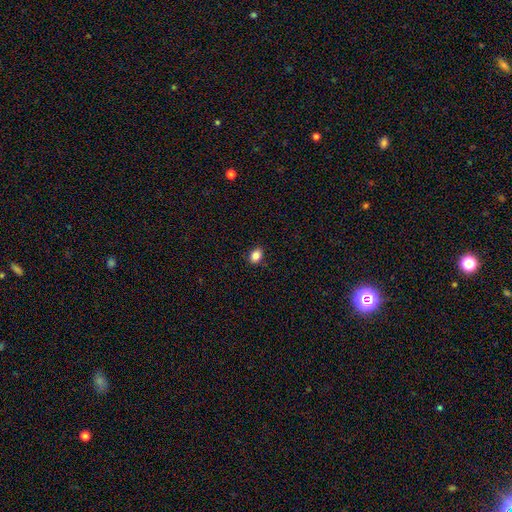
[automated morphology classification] Smooth or featured: smooth — 86% (star or artifact — 10%)
How rounded: in between — 68% (round — 31%)
Merging: none — 89% (minor disturbance — 8%)